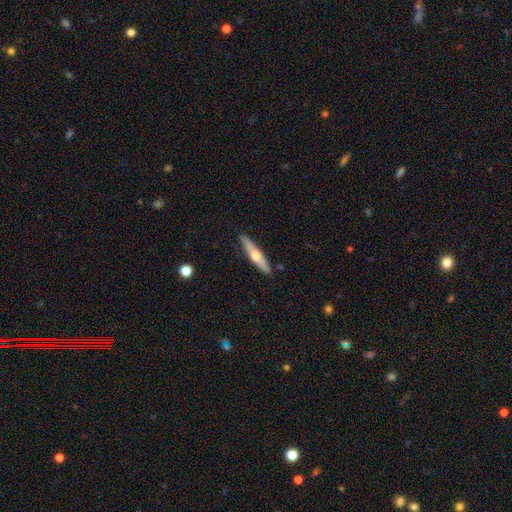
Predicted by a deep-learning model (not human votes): The model was most divided on "smooth or featured": featured or disk: 48%, smooth: 46%, star or artifact: 6%. More confident: merging — none (87%).